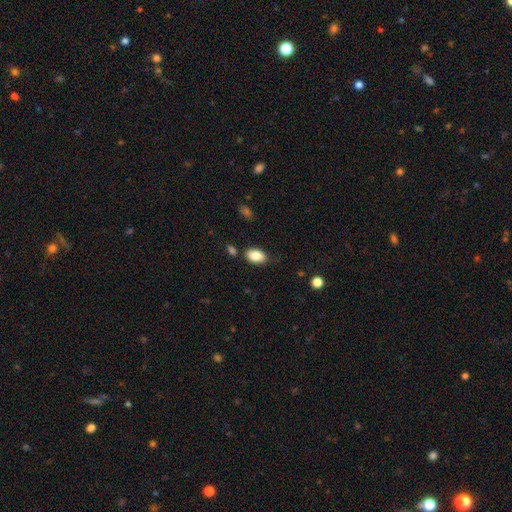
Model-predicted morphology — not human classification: Overall: smooth (87%). How rounded: in between (90%). Merging: none (74%).